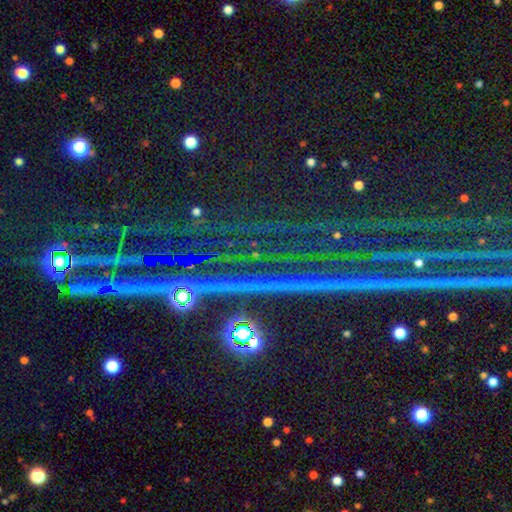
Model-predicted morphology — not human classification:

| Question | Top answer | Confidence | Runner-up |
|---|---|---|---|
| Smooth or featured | star or artifact | 88% | featured or disk (7%) |